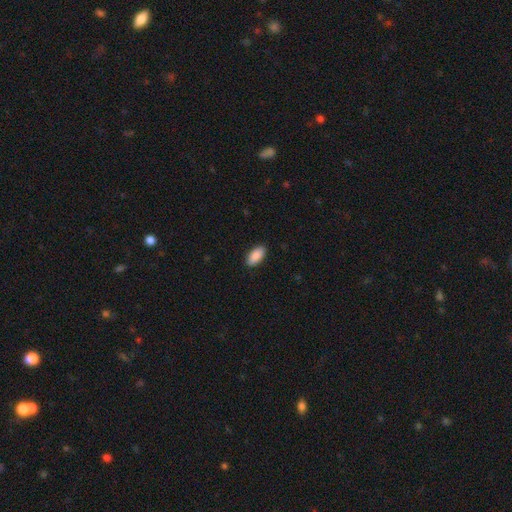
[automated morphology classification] A smooth galaxy with no disk features (90%) that is in between round and cigar-shaped (91%).

Vote fractions:
- Smooth or featured? smooth: 90% / star or artifact: 6% / featured or disk: 5%
- How rounded? in between: 91% / cigar-shaped: 7% / round: 2%
- Merging? none: 90% / minor disturbance: 7% / major disturbance: 2% / merger: 1%